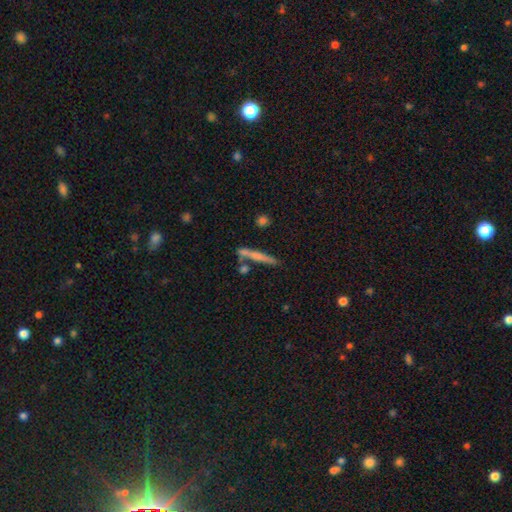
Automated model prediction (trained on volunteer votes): This appears to be a smooth galaxy with no disk features (55%) that is cigar-shaped (93%). Merging: none (75%).